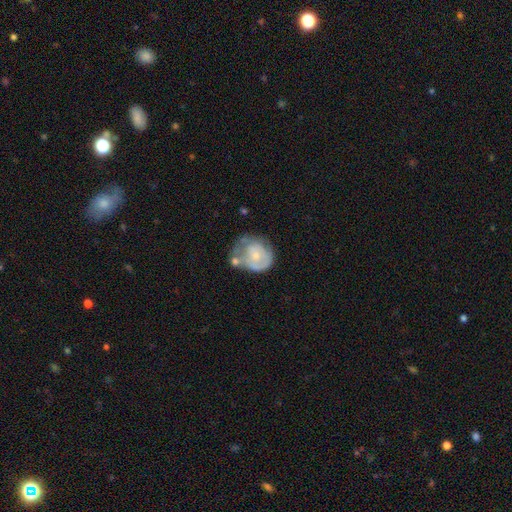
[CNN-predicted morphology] type=featured or disk (56%); edge-on=no (98%); bar=no (79%); spiral arms=yes (56%); bulge=small (55%); merging=none (35%).